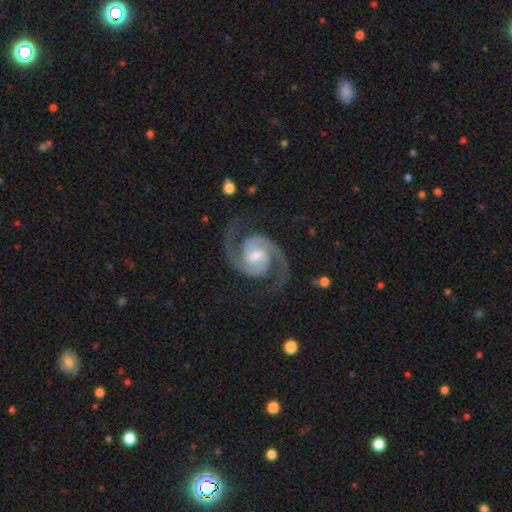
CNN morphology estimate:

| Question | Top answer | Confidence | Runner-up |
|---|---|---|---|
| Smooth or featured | featured or disk | 94% | star or artifact (4%) |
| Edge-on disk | no | 98% | yes (2%) |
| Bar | weak | 50% | no (30%) |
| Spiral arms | yes | 99% | no (1%) |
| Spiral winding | medium | 63% | tight (24%) |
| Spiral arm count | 2 | 95% | can't tell (1%) |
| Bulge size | moderate | 53% | small (35%) |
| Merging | none | 83% | minor disturbance (12%) |